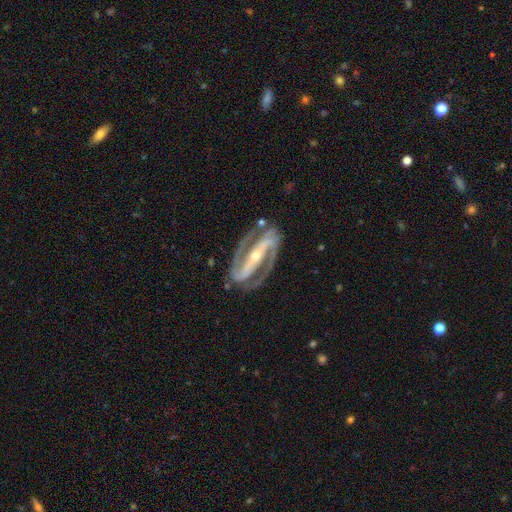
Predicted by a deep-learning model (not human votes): The model was most divided on "spiral winding": medium: 49%, tight: 41%, loose: 11%. More confident: spiral arms — yes (98%); edge-on disk — no (95%); spiral arm count — 2 (94%); smooth or featured — featured or disk (93%); merging — none (83%); bar — strong (77%); bulge size — small (63%).